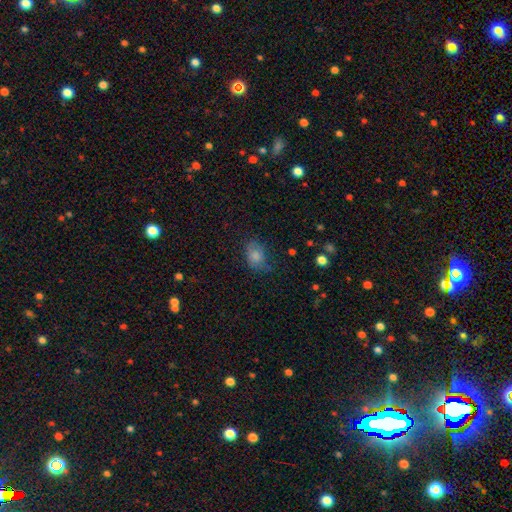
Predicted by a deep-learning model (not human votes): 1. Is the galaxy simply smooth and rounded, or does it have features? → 80% smooth, 10% featured or disk, 9% star or artifact.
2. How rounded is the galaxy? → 77% in between, 21% round, 1% cigar-shaped.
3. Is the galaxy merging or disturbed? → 62% none, 26% minor disturbance, 10% major disturbance, 2% merger.